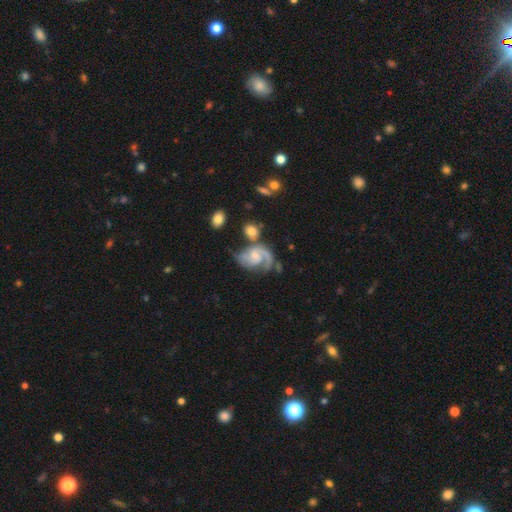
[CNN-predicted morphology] Overall: featured or disk (87%). Edge-on disk: no (98%). Bar: no (54%; weak 39%). Spiral arms: yes (97%). Spiral arm count: 2 (77%). Spiral winding: medium (53%; tight 26%). Bulge size: small (51%; moderate 34%). Merging: none (47%; minor disturbance 21%).